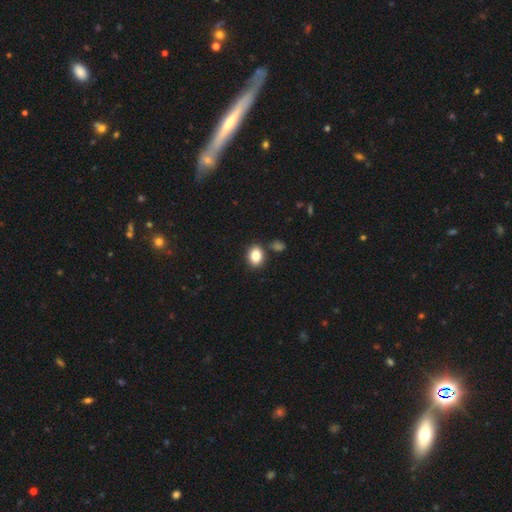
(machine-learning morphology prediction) Q: Smooth or featured?
A: smooth (85%); runner-up: star or artifact (9%)
Q: How rounded?
A: in between (62%); runner-up: round (37%)
Q: Merging?
A: none (79%); runner-up: minor disturbance (10%)